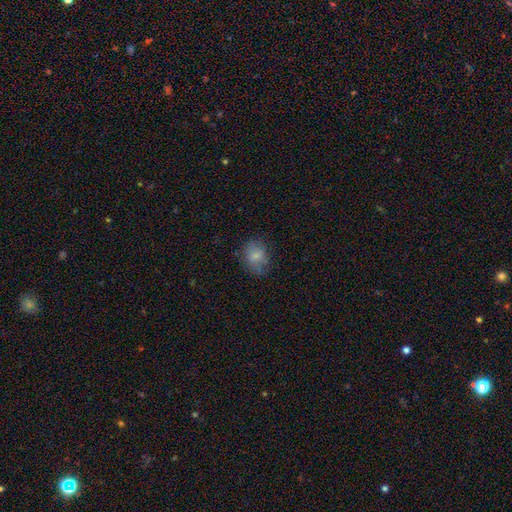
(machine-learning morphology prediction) A smooth galaxy with no disk features (78%) that is in between round and cigar-shaped (52%). Merging: none (67%).